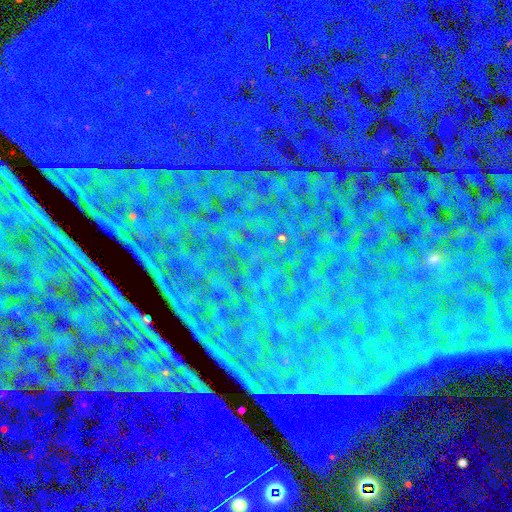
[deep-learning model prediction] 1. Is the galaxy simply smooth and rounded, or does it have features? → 88% star or artifact, 6% featured or disk, 6% smooth.